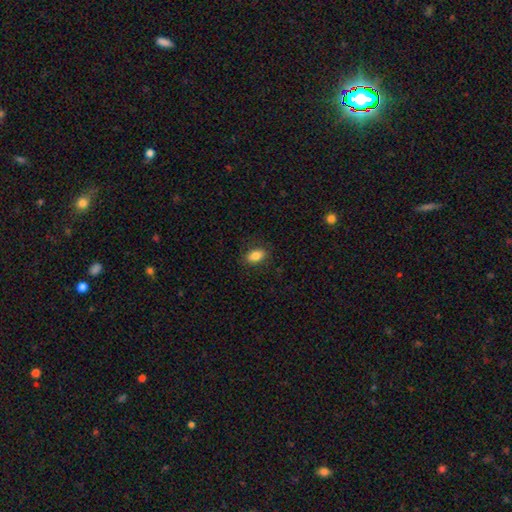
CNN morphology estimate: This is clearly a smooth galaxy (84%). How rounded: clearly in between (88%). Merging: clearly none (86%).